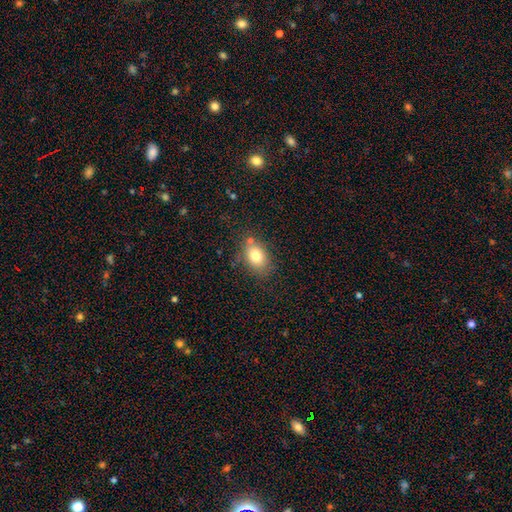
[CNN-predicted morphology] smooth_or_featured: smooth (p=0.77) [alt: featured or disk p=0.13]
how_rounded: in between (p=0.71) [alt: round p=0.28]
merging: none (p=0.70) [alt: minor disturbance p=0.16]